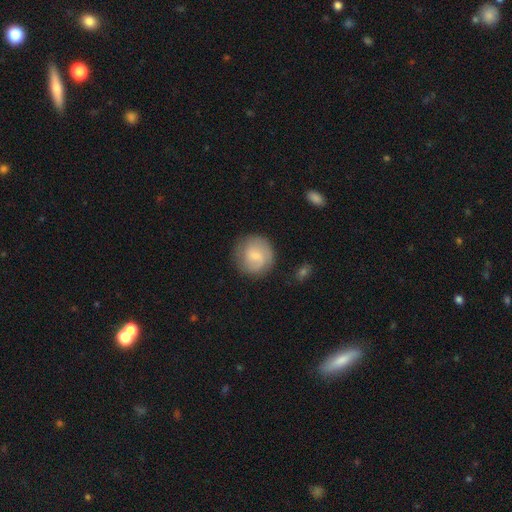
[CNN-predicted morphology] A smooth galaxy with no disk features (55%) that is round (91%).

Vote fractions:
- Smooth or featured? smooth: 55% / featured or disk: 38% / star or artifact: 7%
- How rounded? round: 91% / in between: 8% / cigar-shaped: 1%
- Merging? none: 77% / minor disturbance: 15% / major disturbance: 6% / merger: 2%